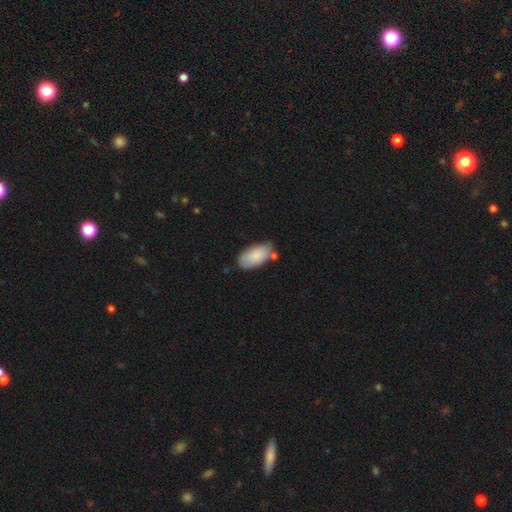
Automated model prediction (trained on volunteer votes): Smooth or featured? smooth (86%)
How rounded? in between (95%)
Merging? none (66%)